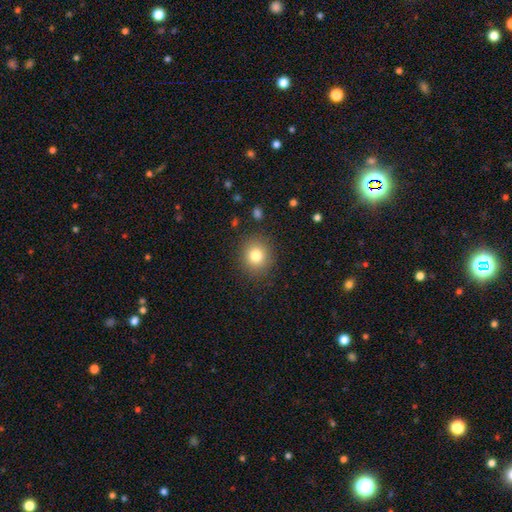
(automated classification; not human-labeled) Smooth or featured? smooth (80%)
How rounded? round (85%)
Merging? none (88%)